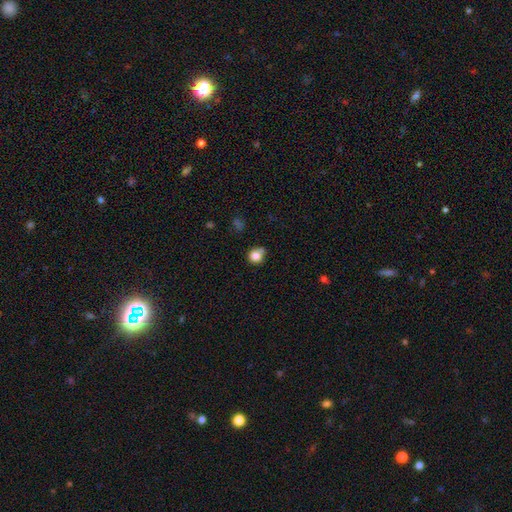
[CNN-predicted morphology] Smooth or featured: smooth — 82% (star or artifact — 11%)
How rounded: round — 85% (in between — 14%)
Merging: none — 60% (minor disturbance — 21%)